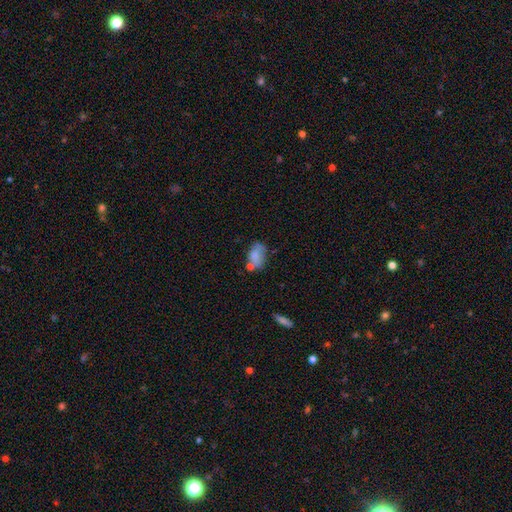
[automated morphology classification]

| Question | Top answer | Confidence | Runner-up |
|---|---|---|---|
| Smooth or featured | smooth | 73% | featured or disk (17%) |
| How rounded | in between | 85% | round (13%) |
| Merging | none | 44% | minor disturbance (24%) |